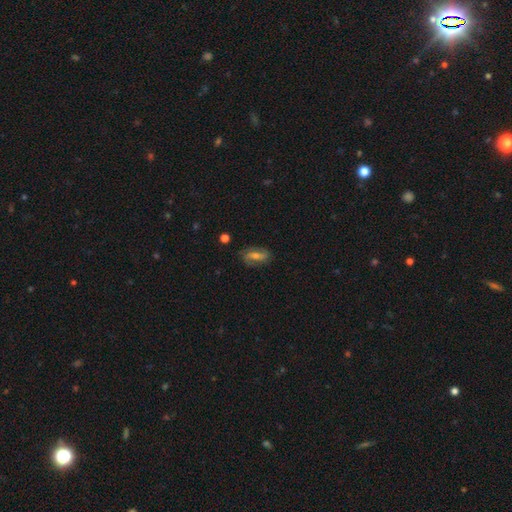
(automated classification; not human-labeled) smooth-or-featured: featured or disk: 60% | smooth: 30% | star or artifact: 10%
  disk-edge-on: no: 91% | yes: 9%
    bar: weak: 41% | strong: 32% | no: 27%
    has-spiral-arms: yes: 86% | no: 14%
    bulge-size: moderate: 51% | small: 35% | large: 7% | none: 6% | dominant: 2%
  merging: none: 79% | minor disturbance: 15% | major disturbance: 5% | merger: 2%